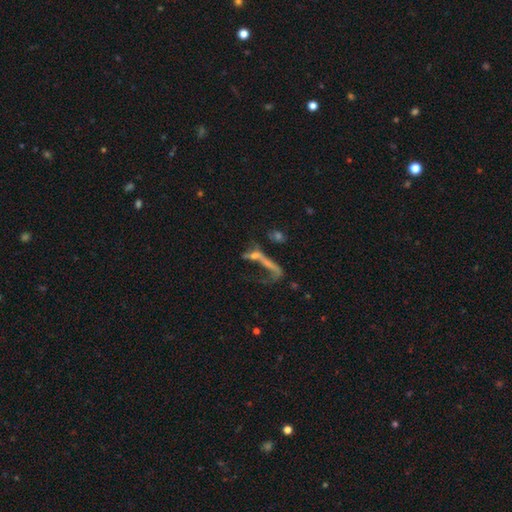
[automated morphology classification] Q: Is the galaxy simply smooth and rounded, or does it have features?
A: featured or disk — 47%.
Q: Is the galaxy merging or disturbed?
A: major disturbance — 38%.